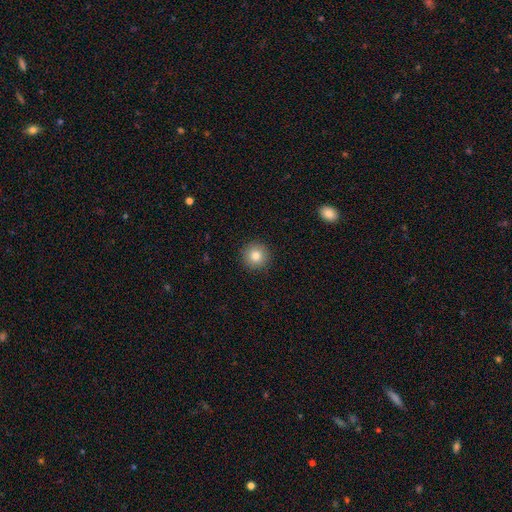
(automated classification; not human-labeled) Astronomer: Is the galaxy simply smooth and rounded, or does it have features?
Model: smooth — 82%.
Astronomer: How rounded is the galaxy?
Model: round — 96%.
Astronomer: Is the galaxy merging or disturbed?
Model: none — 92%.